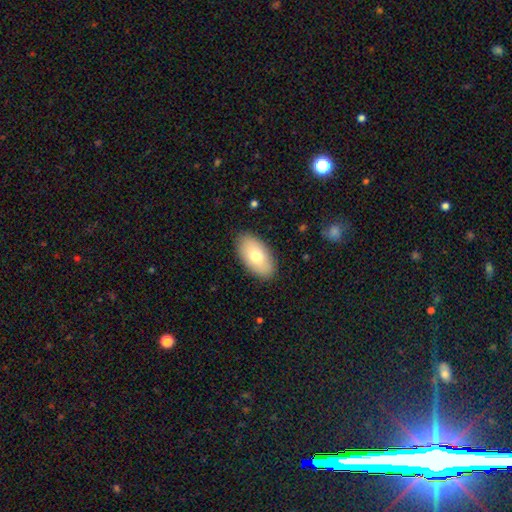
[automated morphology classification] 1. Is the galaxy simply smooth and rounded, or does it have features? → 74% smooth, 20% featured or disk, 6% star or artifact.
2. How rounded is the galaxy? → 95% in between, 3% round, 2% cigar-shaped.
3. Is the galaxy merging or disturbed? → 88% none, 9% minor disturbance, 2% major disturbance, 1% merger.